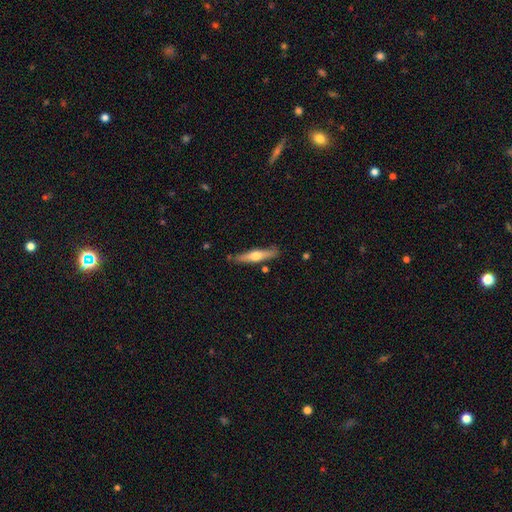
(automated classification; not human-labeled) This is possibly a featured or disk galaxy (56%). It is clearly viewed edge-on (95%). Edge-on bulge: clearly rounded (93%). Merging: clearly none (83%).